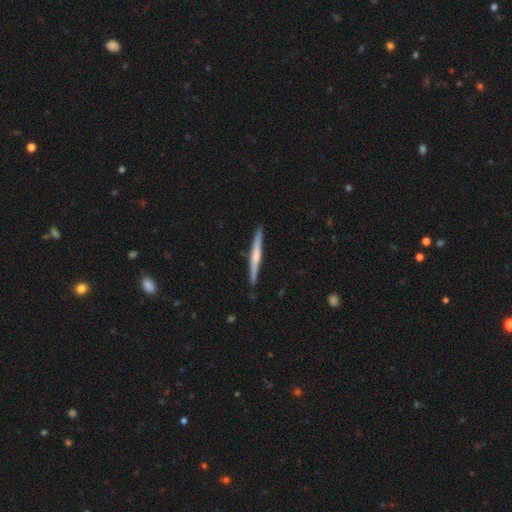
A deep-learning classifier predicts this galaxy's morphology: This is possibly a featured or disk galaxy (55%). It is clearly viewed edge-on (98%). Edge-on bulge: marginally rounded (44%). Merging: clearly none (90%).